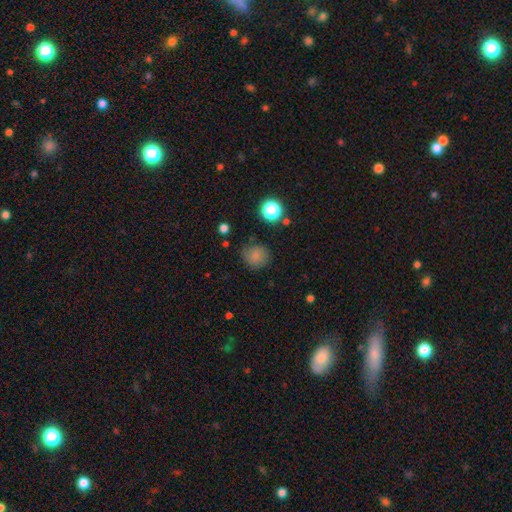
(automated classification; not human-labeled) A smooth galaxy with no disk features (80%) that is round (83%).

Vote fractions:
- Smooth or featured? smooth: 80% / star or artifact: 14% / featured or disk: 6%
- How rounded? round: 83% / in between: 16% / cigar-shaped: 1%
- Merging? none: 78% / minor disturbance: 15% / major disturbance: 5% / merger: 2%